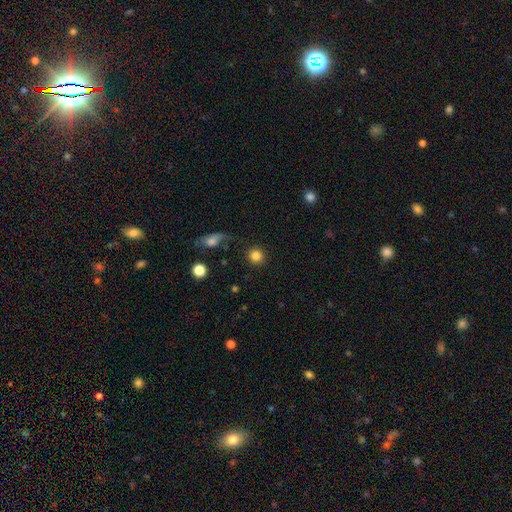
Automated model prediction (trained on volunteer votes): Smooth or featured?
  - smooth: 84% *
  - star or artifact: 10%
  - featured or disk: 5%
How rounded?
  - round: 92% *
  - in between: 7%
  - cigar-shaped: 1%
Merging?
  - none: 87% *
  - minor disturbance: 7%
  - major disturbance: 3%
  - merger: 2%